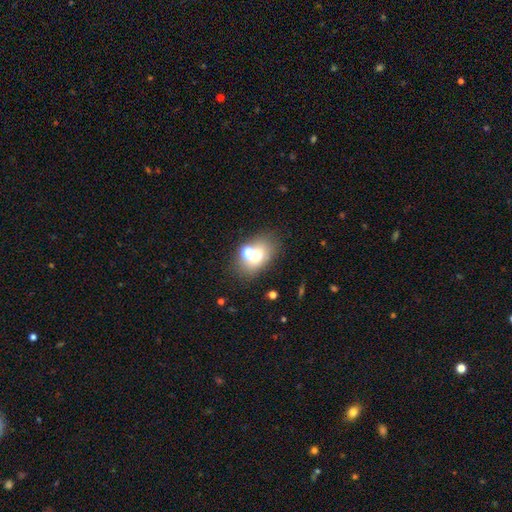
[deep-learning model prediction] smooth 62%, featured or disk 23%, star or artifact 15%. Down the decision tree: how rounded — in between (62%); merging — none (56%).